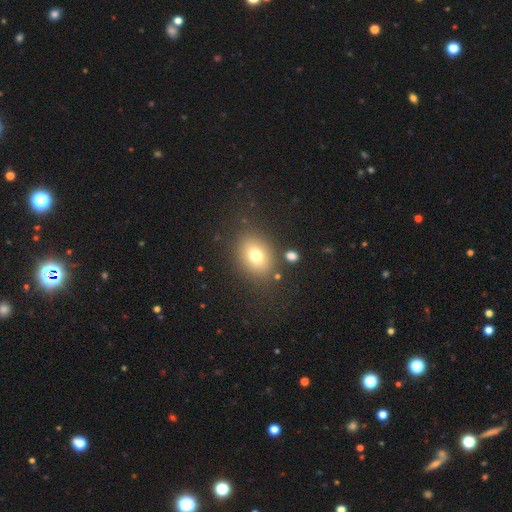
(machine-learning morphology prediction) Smooth or featured?
  - smooth: 74% *
  - featured or disk: 13%
  - star or artifact: 13%
How rounded?
  - in between: 59% *
  - round: 40%
  - cigar-shaped: 1%
Merging?
  - none: 81% *
  - minor disturbance: 10%
  - major disturbance: 5%
  - merger: 4%